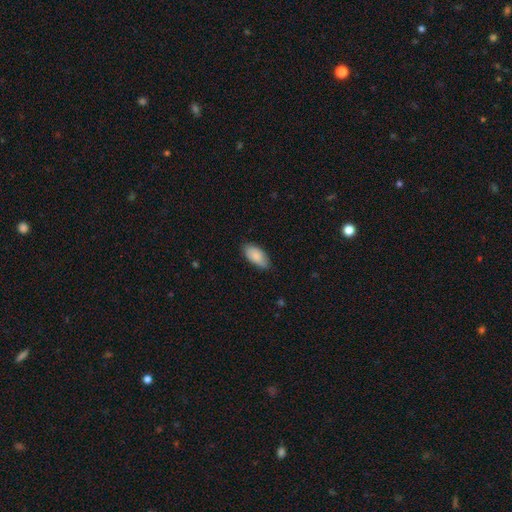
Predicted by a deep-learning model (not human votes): A smooth galaxy with no disk features (87%) that is in between round and cigar-shaped (91%). Merging: none (81%).